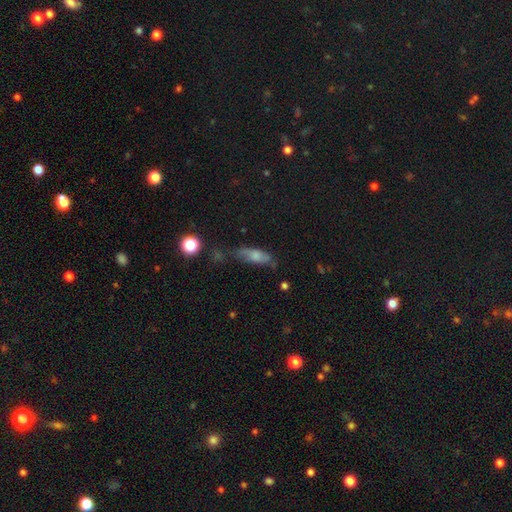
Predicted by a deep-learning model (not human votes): This is likely a smooth galaxy (67%). How rounded: likely in between (63%). Merging: marginally none (44%).